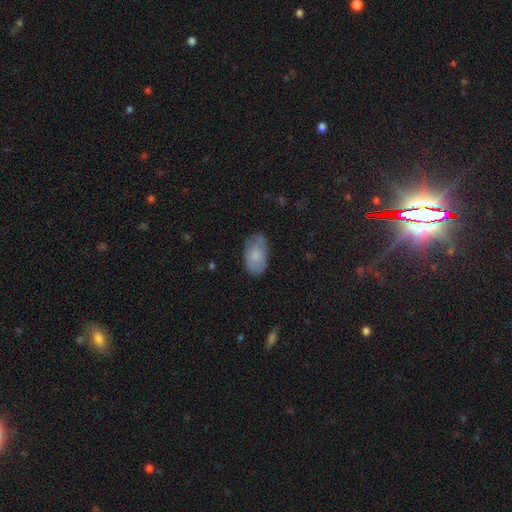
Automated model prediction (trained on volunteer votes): A smooth galaxy with no disk features (75%) that is in between round and cigar-shaped (93%). Merging: none (69%).